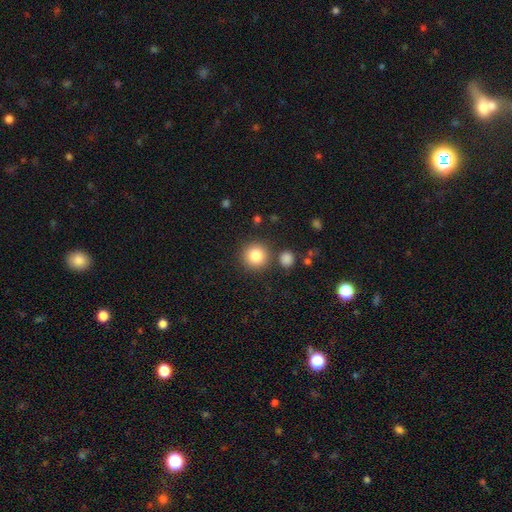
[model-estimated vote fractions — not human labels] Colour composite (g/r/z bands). It shows a smooth galaxy with no disk features (84%) that is round (94%). Merging: none (84%).